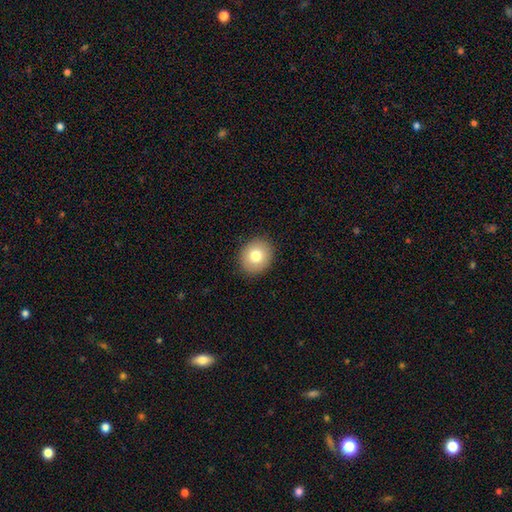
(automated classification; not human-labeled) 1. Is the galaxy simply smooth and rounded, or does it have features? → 78% smooth, 13% featured or disk, 9% star or artifact.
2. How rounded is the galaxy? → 74% round, 25% in between, 1% cigar-shaped.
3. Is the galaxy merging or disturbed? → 90% none, 7% minor disturbance, 2% major disturbance, 1% merger.